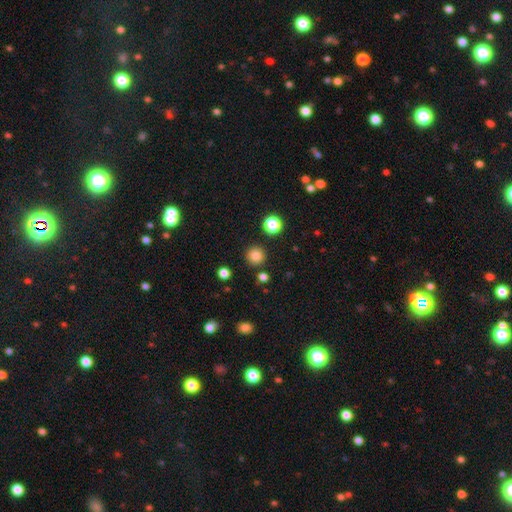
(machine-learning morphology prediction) This is clearly a smooth galaxy (83%). How rounded: clearly round (95%). Merging: clearly none (89%).